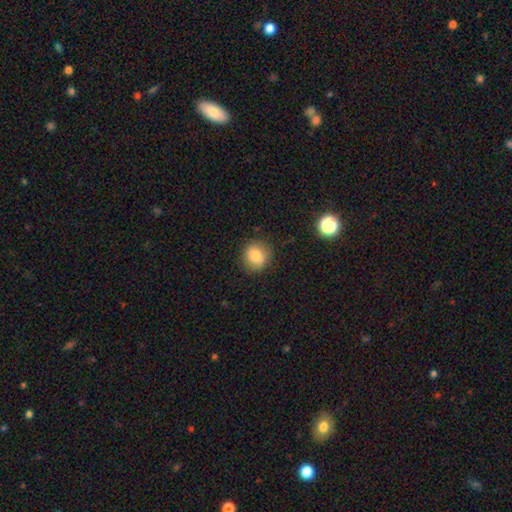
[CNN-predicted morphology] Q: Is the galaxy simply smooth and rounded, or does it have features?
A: smooth — 80%.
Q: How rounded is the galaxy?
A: round — 83%.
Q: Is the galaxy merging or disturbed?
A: none — 85%.